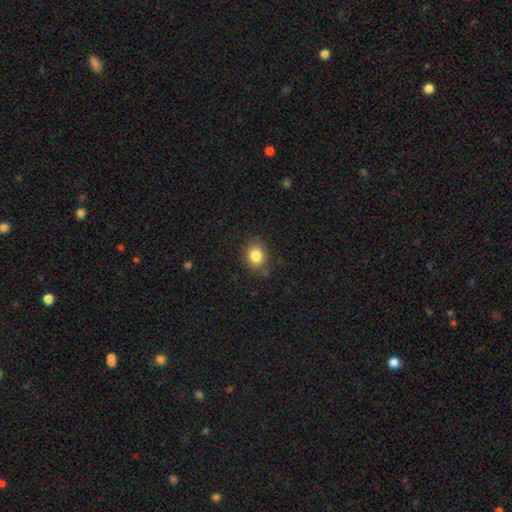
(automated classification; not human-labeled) smooth 84%, star or artifact 10%, featured or disk 6%. Down the decision tree: how rounded — round (62%); merging — none (80%).